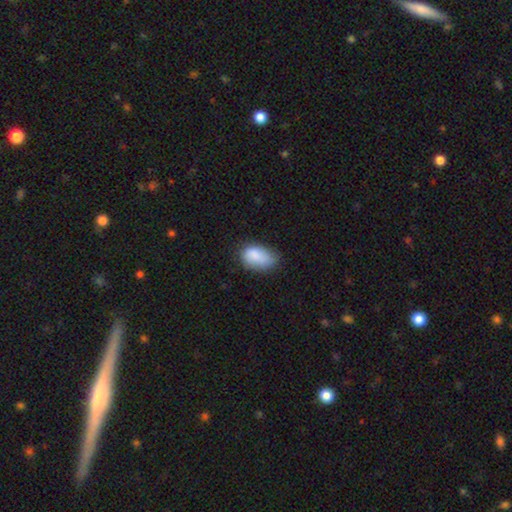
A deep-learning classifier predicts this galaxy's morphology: type=smooth (85%); roundness=in between (89%); merging=none (53%).